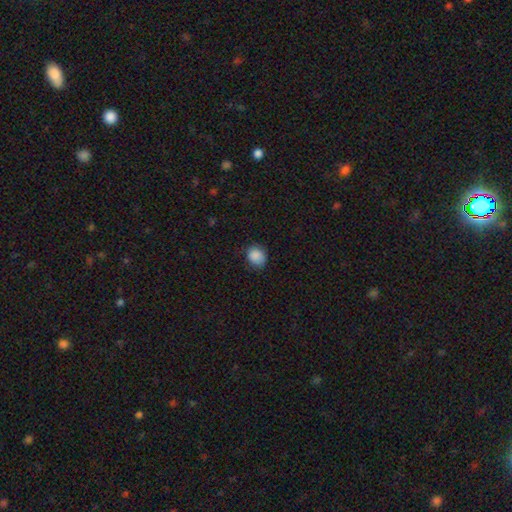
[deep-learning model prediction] Smooth or featured? Predicted: smooth (p=0.87). How rounded? Predicted: round (p=0.73). Merging? Predicted: none (p=0.77).